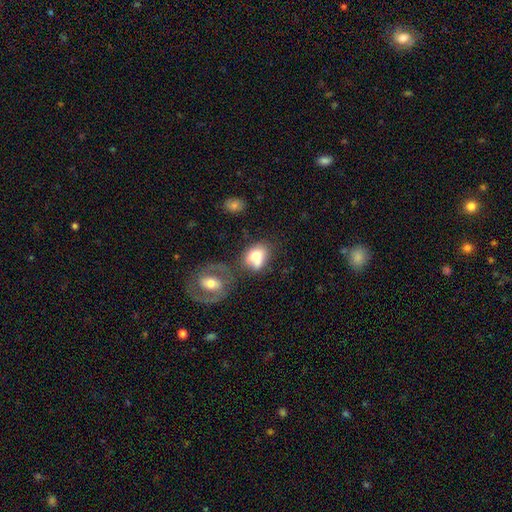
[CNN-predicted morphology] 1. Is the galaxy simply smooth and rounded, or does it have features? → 66% smooth, 26% featured or disk, 8% star or artifact.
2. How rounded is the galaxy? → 58% in between, 40% round, 1% cigar-shaped.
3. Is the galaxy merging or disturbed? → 40% none, 30% merger, 19% minor disturbance, 11% major disturbance.